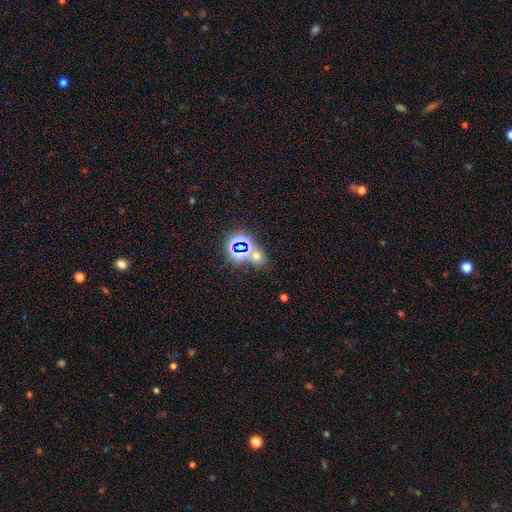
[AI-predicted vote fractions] Smooth or featured: star or artifact — 47% (smooth — 44%)